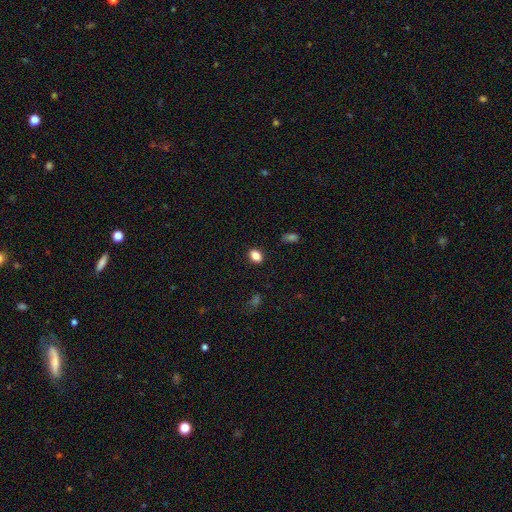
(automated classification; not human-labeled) smooth 86%, star or artifact 9%, featured or disk 5%. Down the decision tree: how rounded — in between (76%); merging — none (87%).